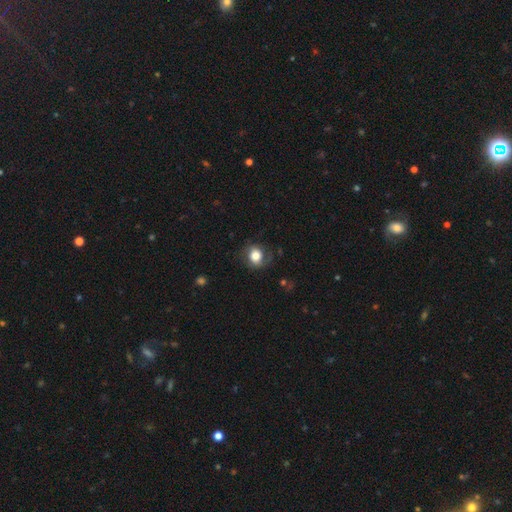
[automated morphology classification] A smooth galaxy with no disk features (70%) that is round (65%). Merging: none (66%).